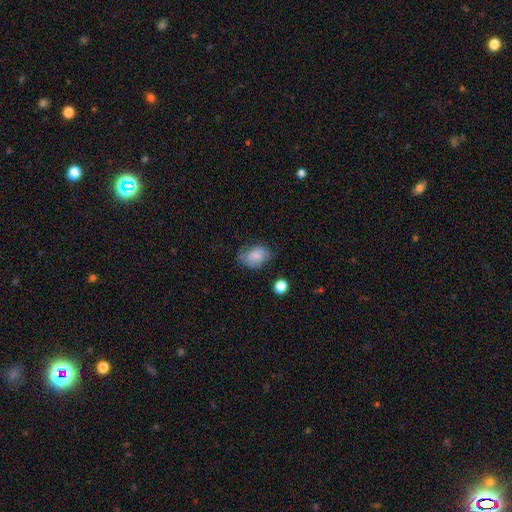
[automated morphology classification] Overall: smooth (77%). How rounded: in between (69%; round 30%). Merging: none (51%; minor disturbance 32%).